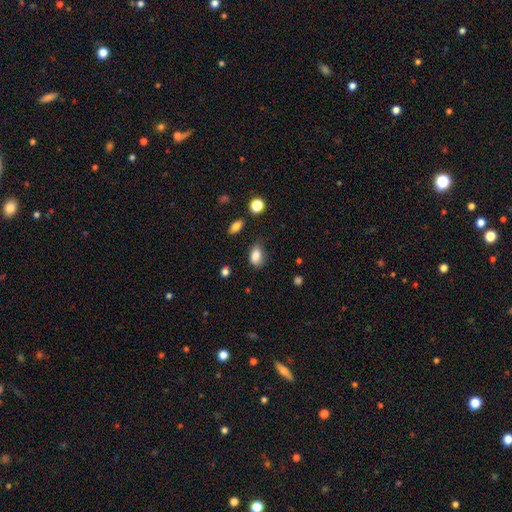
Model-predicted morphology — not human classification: smooth 84%, star or artifact 9%, featured or disk 6%. Down the decision tree: how rounded — in between (84%); merging — none (63%).